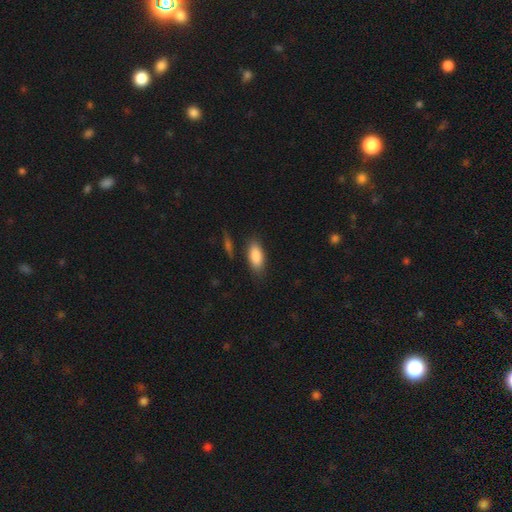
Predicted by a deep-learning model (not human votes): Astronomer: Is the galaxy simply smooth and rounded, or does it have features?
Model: smooth — 87%.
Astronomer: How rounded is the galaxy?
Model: in between — 85%.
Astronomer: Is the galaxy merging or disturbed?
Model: none — 80%.